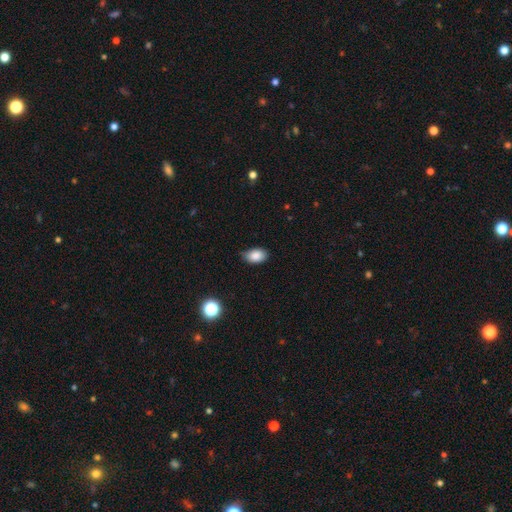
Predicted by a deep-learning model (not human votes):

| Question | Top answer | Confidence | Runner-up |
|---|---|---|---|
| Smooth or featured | smooth | 86% | star or artifact (9%) |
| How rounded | in between | 88% | round (11%) |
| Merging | none | 71% | minor disturbance (25%) |